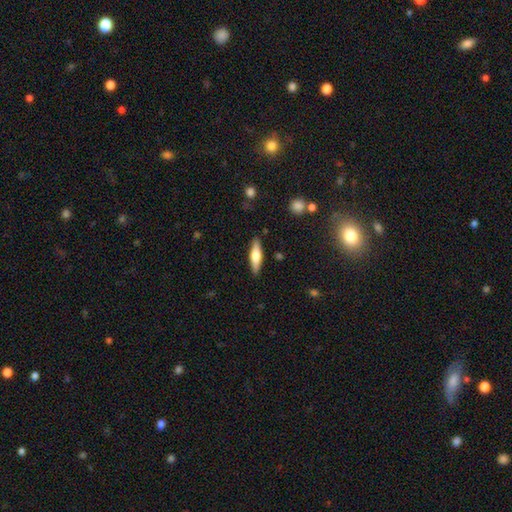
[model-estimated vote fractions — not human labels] Smooth or featured?
  - smooth: 51% *
  - featured or disk: 43%
  - star or artifact: 6%
How rounded?
  - cigar-shaped: 67% *
  - in between: 31%
  - round: 2%
Merging?
  - none: 88% *
  - minor disturbance: 8%
  - major disturbance: 2%
  - merger: 1%